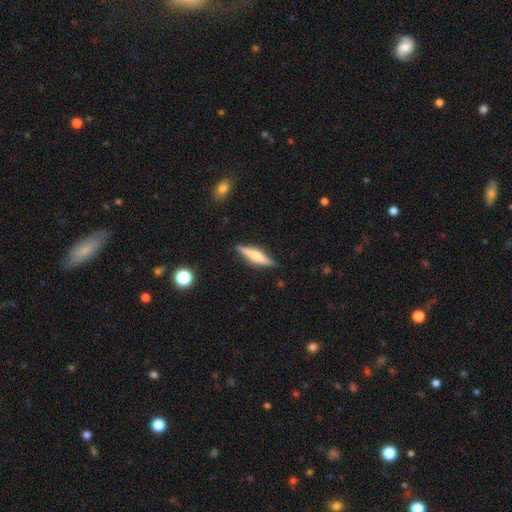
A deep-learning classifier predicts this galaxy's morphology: type=featured or disk (53%); edge-on=yes (96%); edge-on bulge=rounded (65%); merging=none (87%).